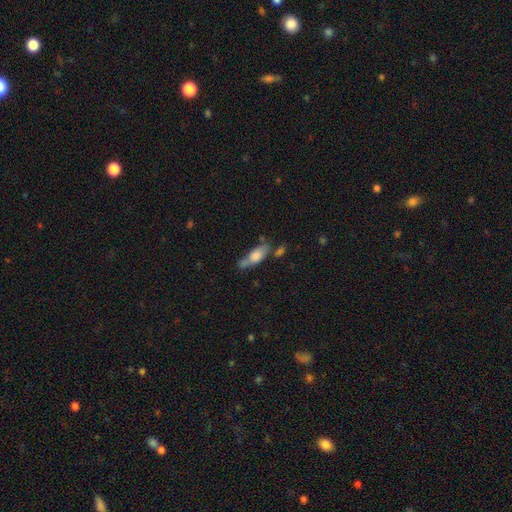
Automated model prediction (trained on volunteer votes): smooth_or_featured: smooth (p=0.65) [alt: featured or disk p=0.27]
how_rounded: in between (p=0.62) [alt: cigar-shaped p=0.34]
merging: none (p=0.45) [alt: minor disturbance p=0.25]